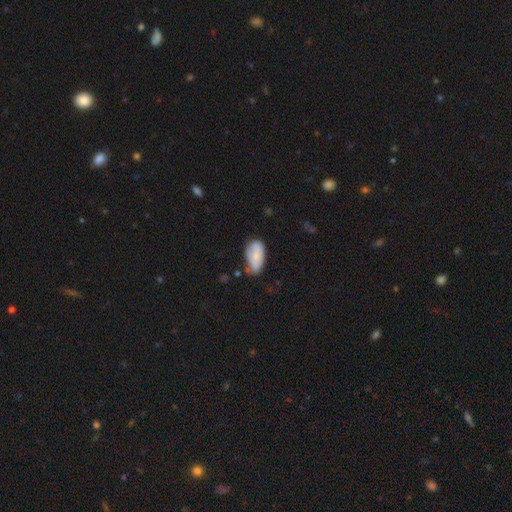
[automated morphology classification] Smooth or featured? Predicted: smooth (p=0.77). How rounded? Predicted: in between (p=0.93). Merging? Predicted: none (p=0.47).